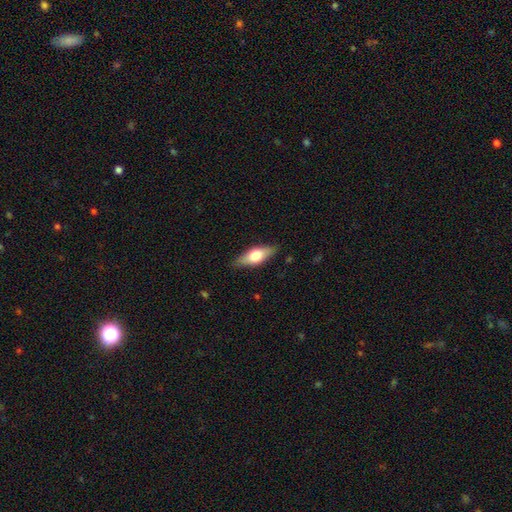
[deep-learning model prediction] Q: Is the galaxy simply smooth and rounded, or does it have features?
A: smooth — 58%.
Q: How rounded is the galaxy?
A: in between — 70%.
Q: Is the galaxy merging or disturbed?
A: none — 84%.